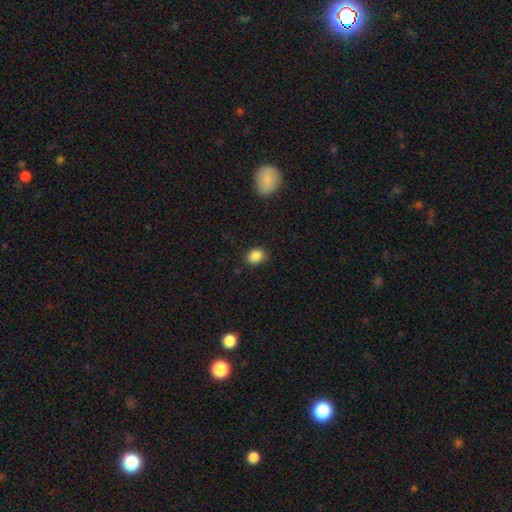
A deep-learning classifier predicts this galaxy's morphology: smooth 87%, star or artifact 10%, featured or disk 3%. Down the decision tree: how rounded — round (56%); merging — none (83%).